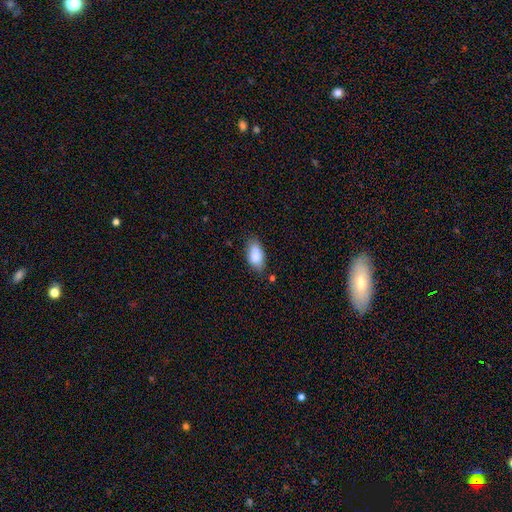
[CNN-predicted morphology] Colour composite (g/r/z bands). It shows a smooth galaxy with no disk features (85%) that is in between round and cigar-shaped (92%). Merging: none (70%).